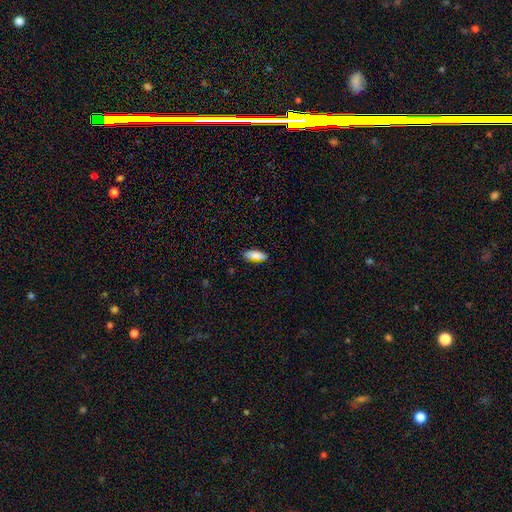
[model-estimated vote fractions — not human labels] This appears to be a smooth galaxy with no disk features (85%) that is in between round and cigar-shaped (65%). Merging: none (81%).